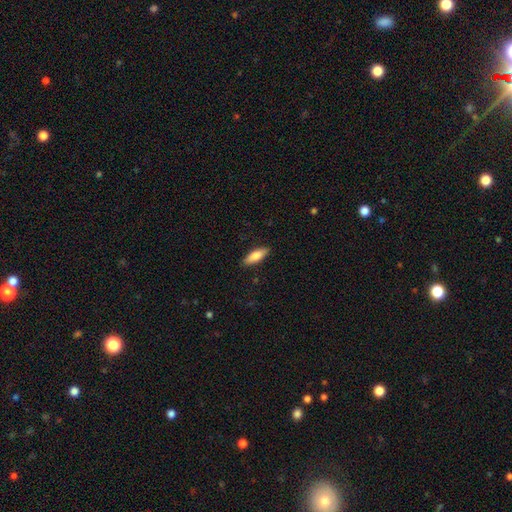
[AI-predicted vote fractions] The model was most divided on "how rounded": in between: 55%, cigar-shaped: 43%, round: 2%. More confident: merging — none (88%); smooth or featured — smooth (80%).